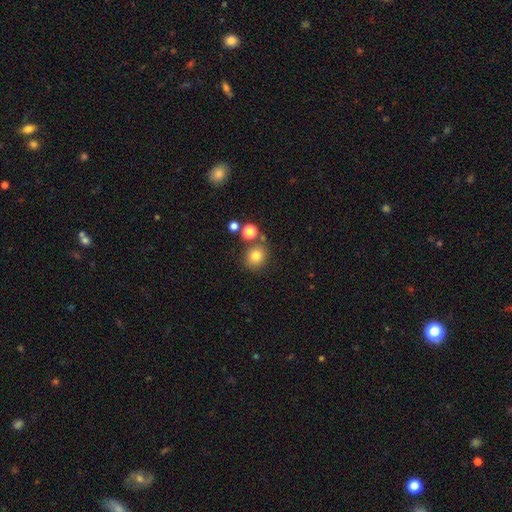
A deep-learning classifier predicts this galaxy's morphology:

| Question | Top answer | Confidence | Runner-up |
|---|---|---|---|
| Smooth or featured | smooth | 79% | star or artifact (13%) |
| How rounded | round | 82% | in between (17%) |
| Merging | none | 75% | merger (12%) |